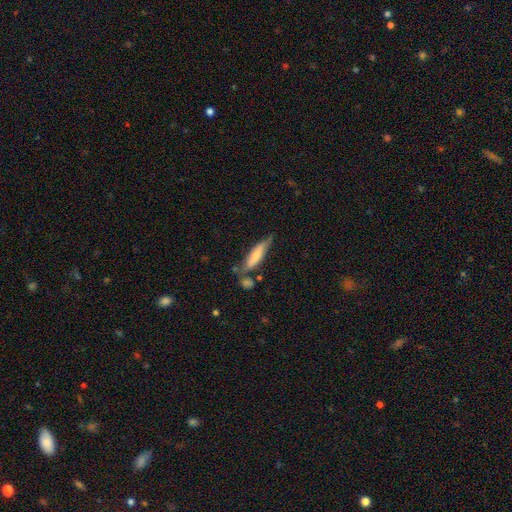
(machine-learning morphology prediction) smooth-or-featured: smooth: 57% | featured or disk: 37% | star or artifact: 6%
  how-rounded: cigar-shaped: 71% | in between: 27% | round: 2%
  merging: none: 55% | minor disturbance: 24% | merger: 14% | major disturbance: 7%